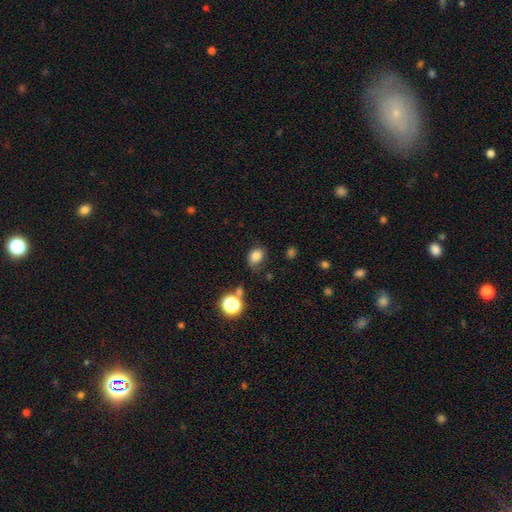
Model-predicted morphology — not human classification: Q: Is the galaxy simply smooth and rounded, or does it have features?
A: smooth — 80%.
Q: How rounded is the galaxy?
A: in between — 63%.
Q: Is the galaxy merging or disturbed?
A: none — 67%.